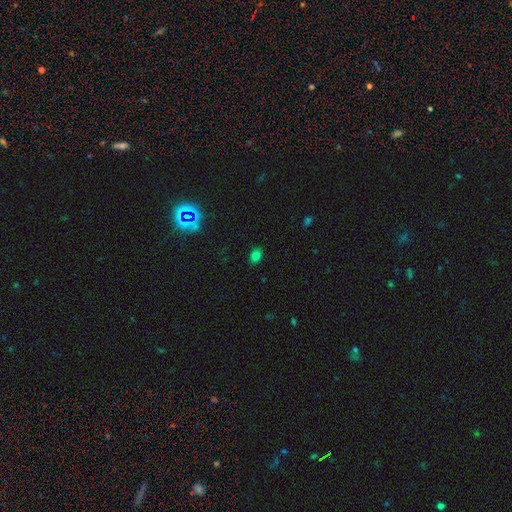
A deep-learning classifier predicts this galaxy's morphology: smooth_or_featured: smooth (p=0.75) [alt: star or artifact p=0.19]
how_rounded: in between (p=0.74) [alt: round p=0.25]
merging: none (p=0.85) [alt: minor disturbance p=0.11]